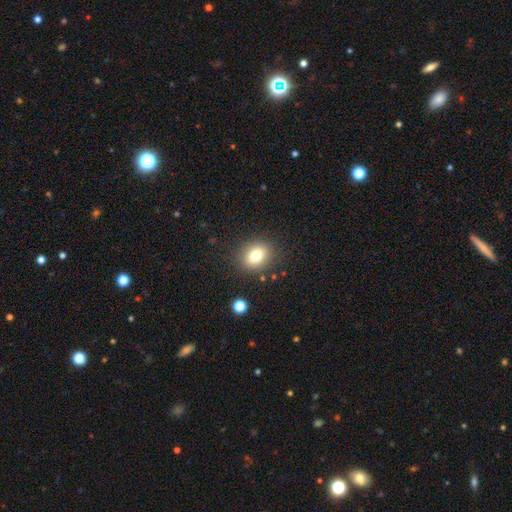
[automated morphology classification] smooth 78%, star or artifact 12%, featured or disk 10%. Down the decision tree: how rounded — round (53%); merging — none (85%).